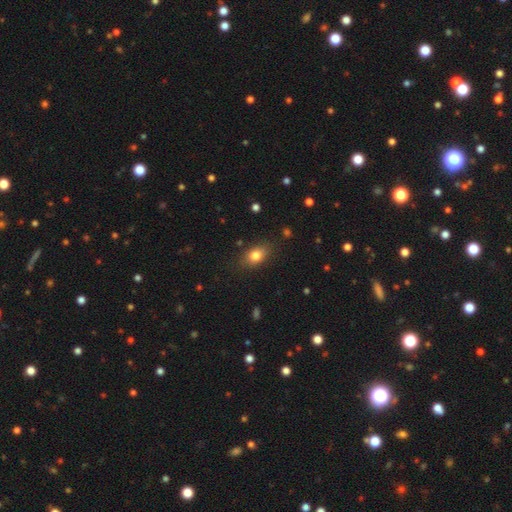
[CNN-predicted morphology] Smooth or featured? Predicted: smooth (p=0.80). How rounded? Predicted: in between (p=0.77). Merging? Predicted: none (p=0.83).